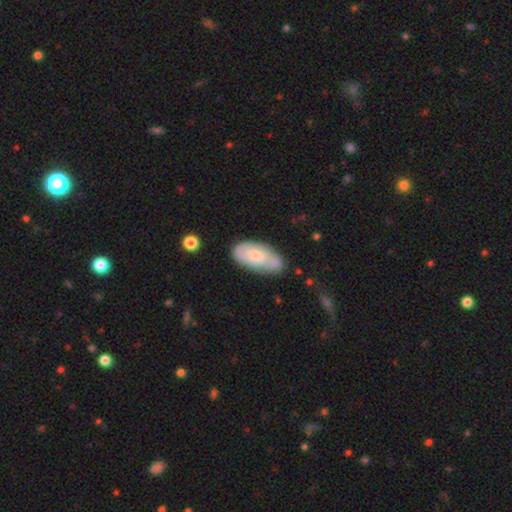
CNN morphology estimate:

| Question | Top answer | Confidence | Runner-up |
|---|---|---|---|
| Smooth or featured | smooth | 49% | featured or disk (45%) |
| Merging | none | 63% | minor disturbance (24%) |